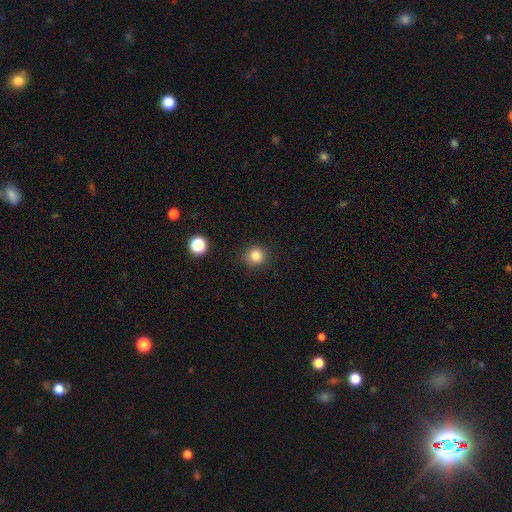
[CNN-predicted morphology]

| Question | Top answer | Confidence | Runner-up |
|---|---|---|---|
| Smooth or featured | smooth | 83% | star or artifact (12%) |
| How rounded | round | 90% | in between (9%) |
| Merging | none | 88% | minor disturbance (8%) |